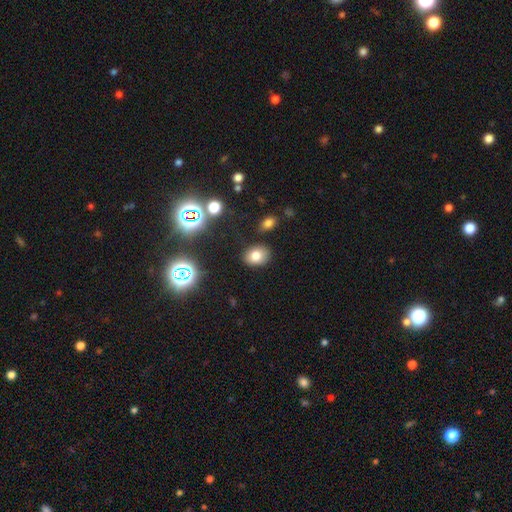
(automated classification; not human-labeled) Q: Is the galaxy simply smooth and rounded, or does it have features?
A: smooth — 76%.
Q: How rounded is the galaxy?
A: in between — 67%.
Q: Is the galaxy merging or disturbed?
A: none — 84%.